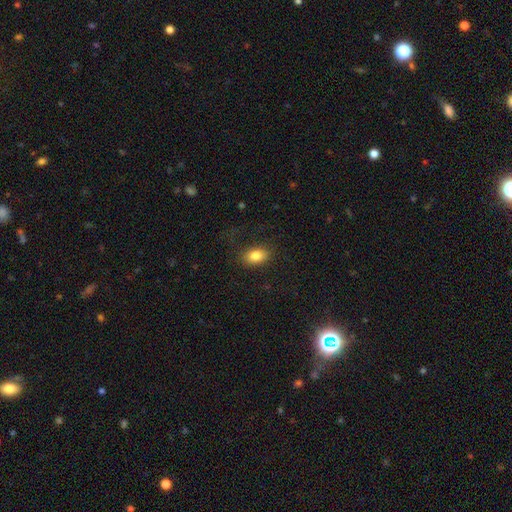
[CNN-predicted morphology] type=smooth (82%); roundness=in between (85%); merging=none (82%).